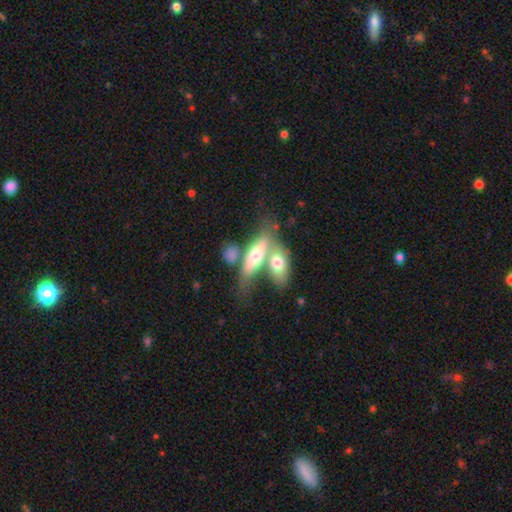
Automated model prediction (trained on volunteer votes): A smooth galaxy with no disk features (56%) that is in between round and cigar-shaped (68%). Merging: merger (60%).